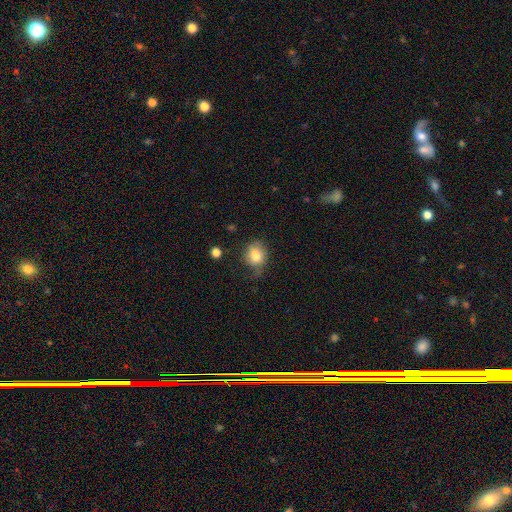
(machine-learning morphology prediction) Overall: smooth (78%). How rounded: round (72%). Merging: none (57%; minor disturbance 28%).